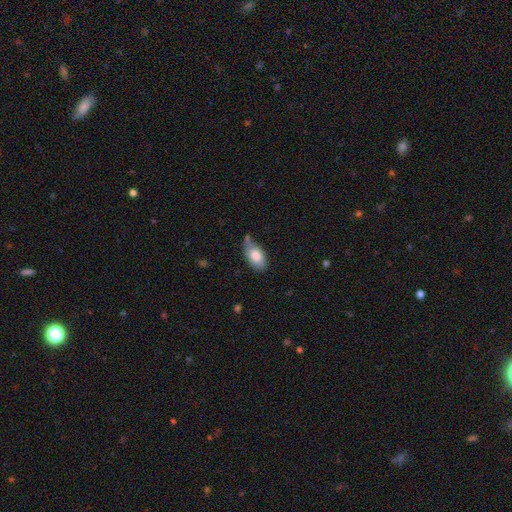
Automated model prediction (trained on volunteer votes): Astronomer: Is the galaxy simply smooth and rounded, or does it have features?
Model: smooth — 79%.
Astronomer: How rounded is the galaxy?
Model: in between — 93%.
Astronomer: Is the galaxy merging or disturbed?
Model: none — 51% (runner-up: minor disturbance, 32%).